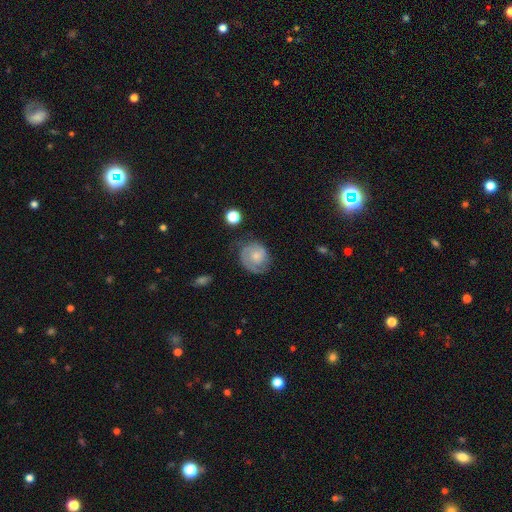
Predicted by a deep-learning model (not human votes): Smooth or featured?
  - featured or disk: 57% *
  - smooth: 35%
  - star or artifact: 7%
Edge-on disk?
  - no: 97% *
  - yes: 3%
Bar?
  - no: 76% *
  - weak: 21%
  - strong: 3%
Spiral arms?
  - yes: 83% *
  - no: 17%
Bulge size?
  - small: 46% *
  - moderate: 39%
  - none: 8%
  - large: 5%
  - dominant: 1%
Merging?
  - none: 61% *
  - minor disturbance: 25%
  - major disturbance: 13%
  - merger: 2%